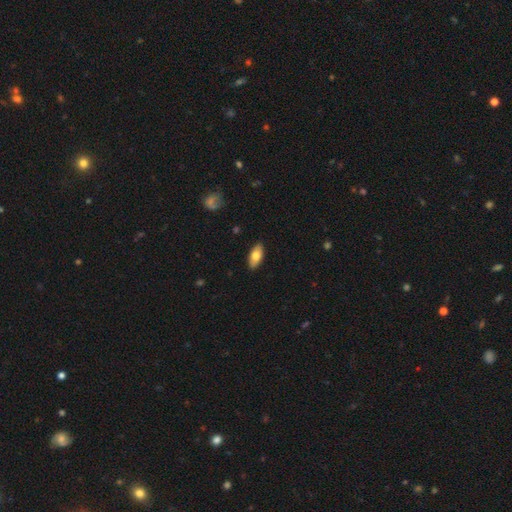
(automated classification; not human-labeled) Overall: smooth (74%). How rounded: in between (87%). Merging: none (89%).